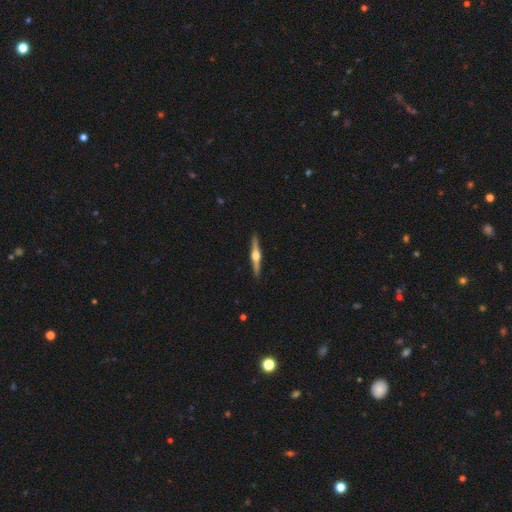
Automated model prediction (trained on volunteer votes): Overall: featured or disk (78%). Edge-on disk: yes (98%). Edge-on bulge: rounded (94%). Merging: none (92%).